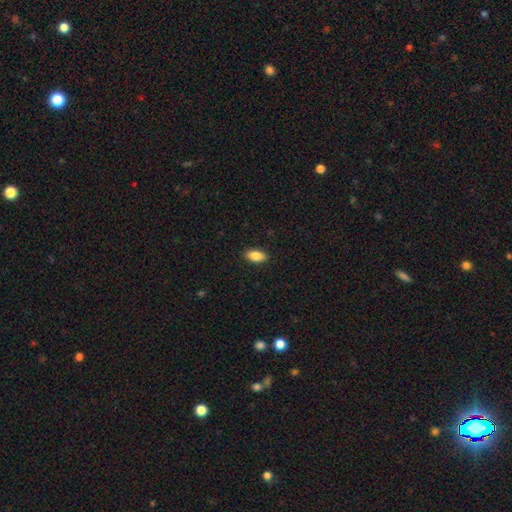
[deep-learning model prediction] The model was most divided on "smooth or featured": smooth: 87%, star or artifact: 7%, featured or disk: 6%. More confident: how rounded — in between (91%); merging — none (89%).